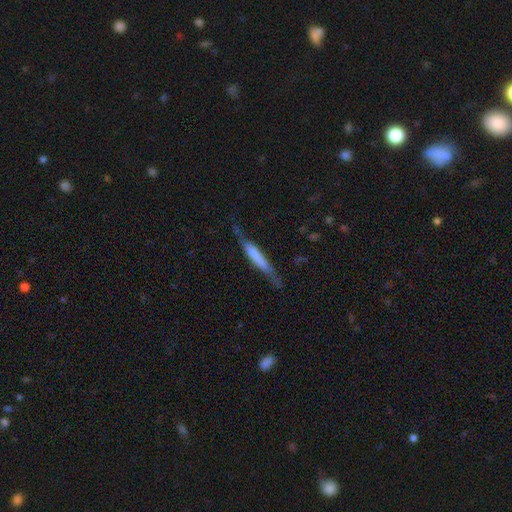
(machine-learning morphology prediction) A smooth galaxy with no disk features (51%) that is cigar-shaped (92%).

Vote fractions:
- Smooth or featured? smooth: 51% / featured or disk: 43% / star or artifact: 6%
- How rounded? cigar-shaped: 92% / in between: 6% / round: 2%
- Merging? none: 61% / minor disturbance: 26% / major disturbance: 10% / merger: 3%